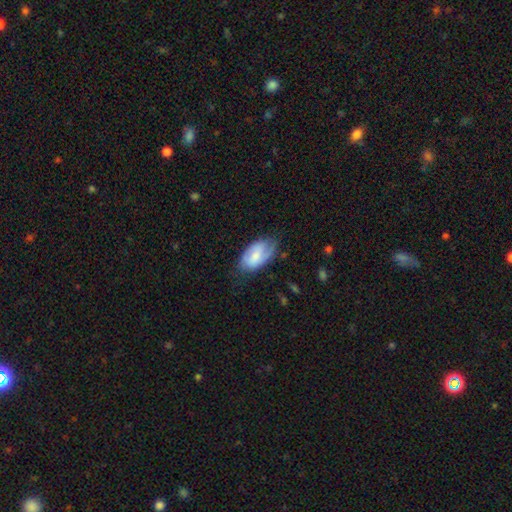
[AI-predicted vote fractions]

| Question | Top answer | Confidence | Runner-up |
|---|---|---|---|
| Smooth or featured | smooth | 54% | featured or disk (40%) |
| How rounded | in between | 93% | round (5%) |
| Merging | none | 53% | minor disturbance (32%) |